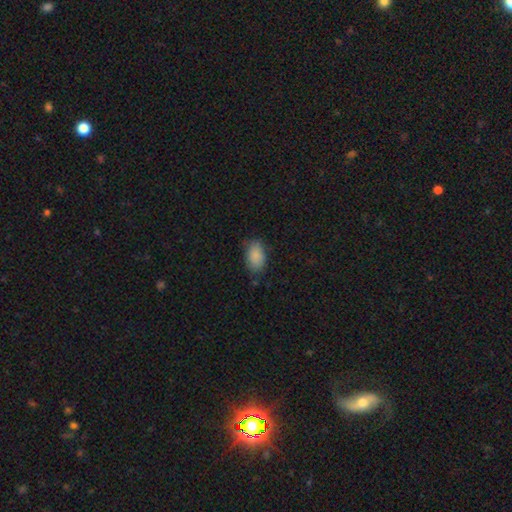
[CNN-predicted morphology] Smooth or featured?
  - smooth: 87% *
  - star or artifact: 8%
  - featured or disk: 5%
How rounded?
  - in between: 89% *
  - round: 9%
  - cigar-shaped: 1%
Merging?
  - none: 72% *
  - minor disturbance: 22%
  - major disturbance: 5%
  - merger: 2%